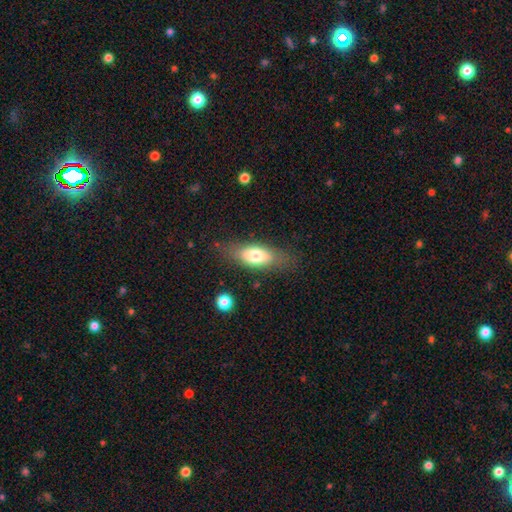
Smooth or featured? 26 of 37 (70%) said smooth. How rounded? 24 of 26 (92%) said in between. Merging? 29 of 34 (85%) said none.